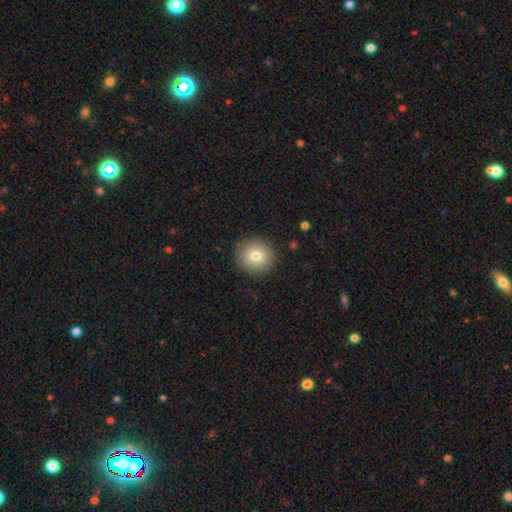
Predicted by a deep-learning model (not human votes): smooth_or_featured: smooth (p=0.79) [alt: featured or disk p=0.11]
how_rounded: round (p=0.92) [alt: in between p=0.07]
merging: none (p=0.90) [alt: minor disturbance p=0.07]